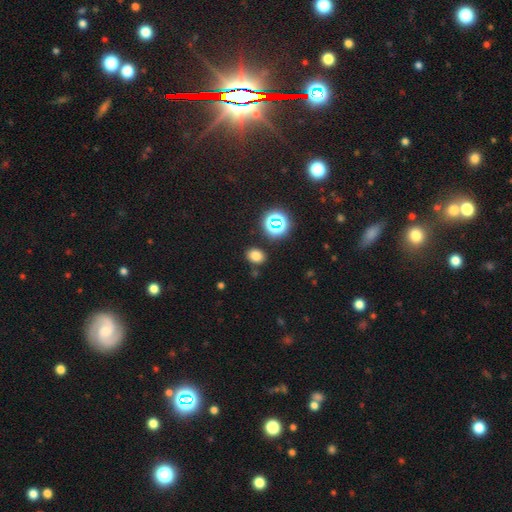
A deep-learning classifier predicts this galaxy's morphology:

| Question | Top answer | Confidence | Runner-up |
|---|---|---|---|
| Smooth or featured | smooth | 75% | star or artifact (19%) |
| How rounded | in between | 52% | round (47%) |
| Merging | none | 84% | minor disturbance (9%) |